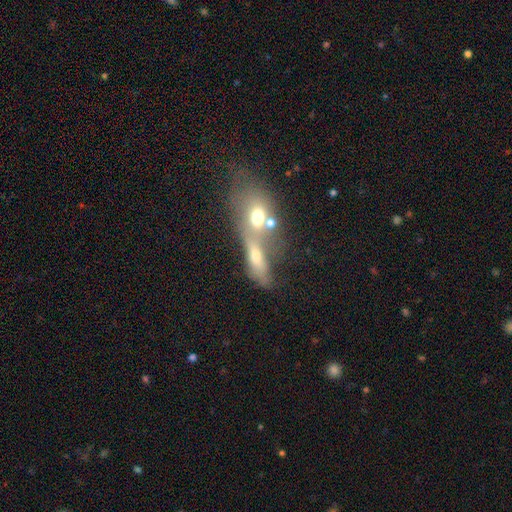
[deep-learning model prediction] Smooth or featured?
  - smooth: 56% *
  - featured or disk: 31%
  - star or artifact: 12%
How rounded?
  - in between: 64% *
  - round: 19%
  - cigar-shaped: 17%
Merging?
  - merger: 66% *
  - none: 16%
  - major disturbance: 10%
  - minor disturbance: 8%